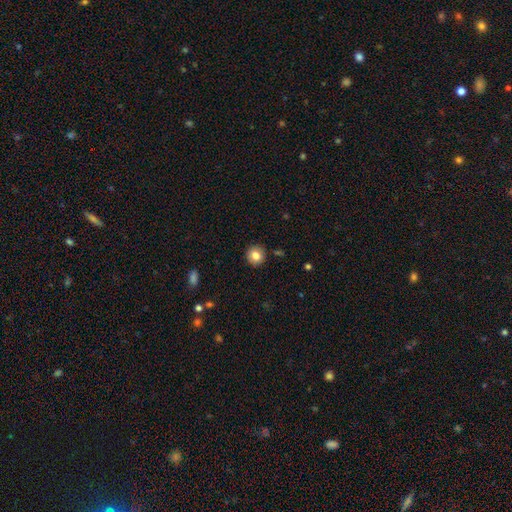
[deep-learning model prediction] smooth 81%, star or artifact 10%, featured or disk 9%. Down the decision tree: how rounded — round (91%); merging — none (91%).